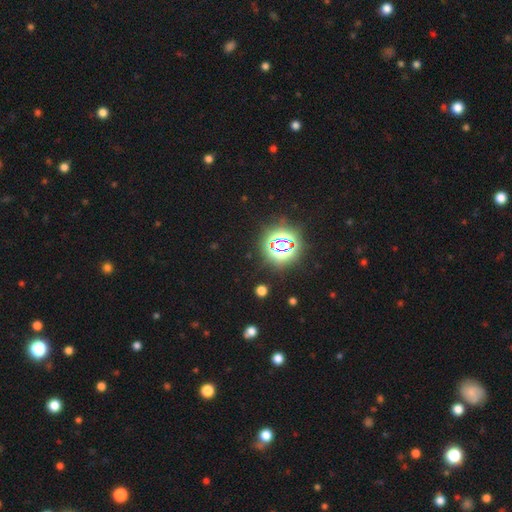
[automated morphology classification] smooth_or_featured: star or artifact (p=0.77) [alt: smooth p=0.17]